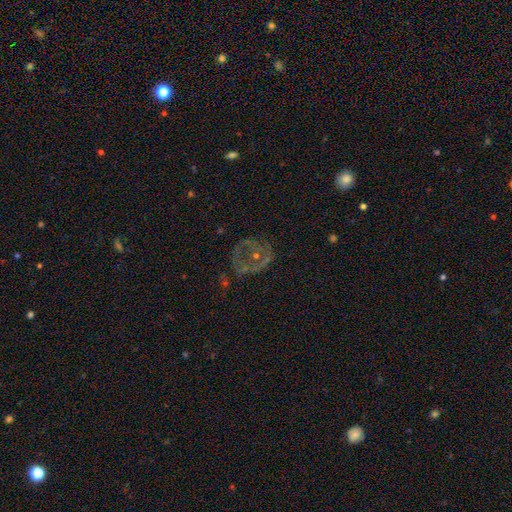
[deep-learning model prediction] smooth-or-featured: featured or disk: 54% | smooth: 27% | star or artifact: 19%
  disk-edge-on: no: 97% | yes: 3%
    bar: no: 86% | weak: 10% | strong: 4%
    has-spiral-arms: no: 78% | yes: 22%
    bulge-size: small: 45% | none: 26% | moderate: 24% | large: 2% | dominant: 2%
  merging: none: 54% | major disturbance: 23% | minor disturbance: 19% | merger: 5%